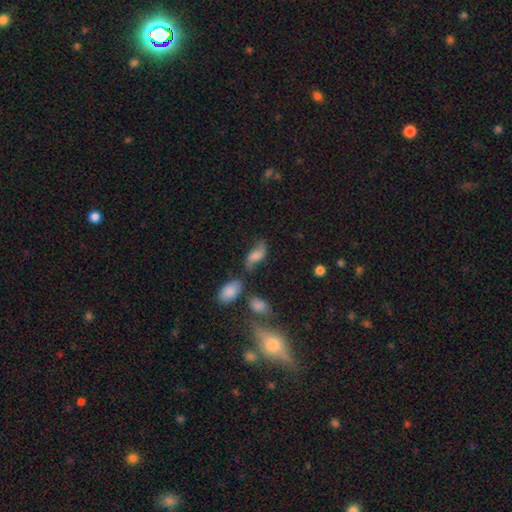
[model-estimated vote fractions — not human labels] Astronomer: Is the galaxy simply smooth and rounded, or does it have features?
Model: smooth — 53% (runner-up: featured or disk, 36%).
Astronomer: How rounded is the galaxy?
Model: in between — 84%.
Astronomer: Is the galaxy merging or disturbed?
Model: none — 48% (runner-up: minor disturbance, 25%).